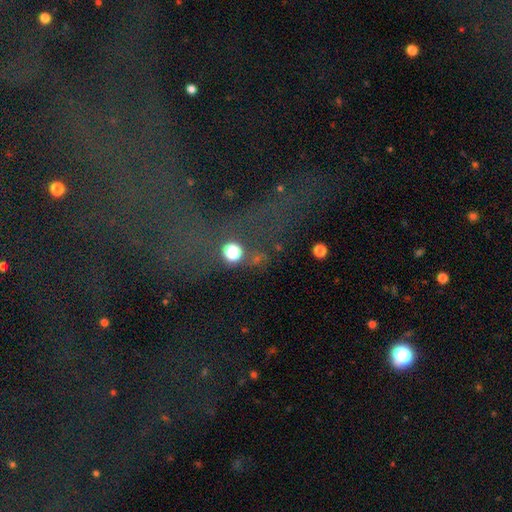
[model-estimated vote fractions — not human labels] Smooth or featured? star or artifact (48%)